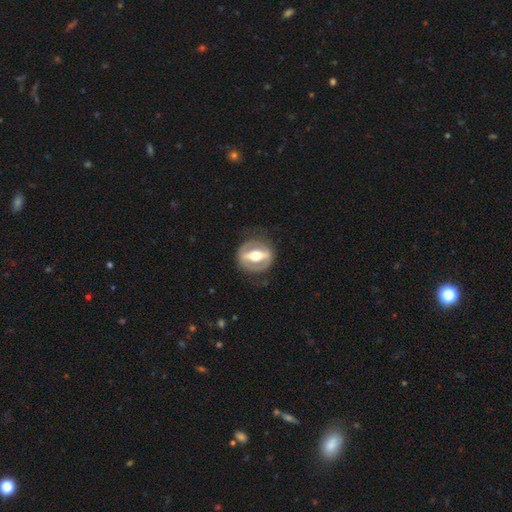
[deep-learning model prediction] smooth_or_featured: featured or disk (p=0.76) [alt: smooth p=0.19]
disk_edge_on: no (p=0.77) [alt: yes p=0.23]
bar: strong (p=0.79) [alt: weak p=0.12]
has_spiral_arms: no (p=0.72) [alt: yes p=0.28]
bulge_size: moderate (p=0.67) [alt: large p=0.23]
merging: none (p=0.79) [alt: minor disturbance p=0.12]